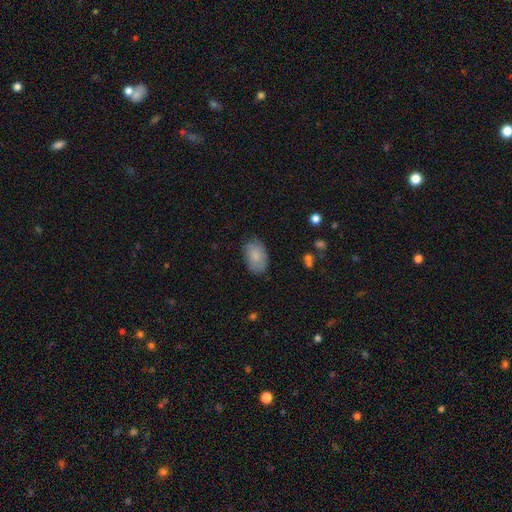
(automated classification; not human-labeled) smooth_or_featured: smooth (p=0.80) [alt: featured or disk p=0.13]
how_rounded: in between (p=0.91) [alt: round p=0.08]
merging: none (p=0.74) [alt: minor disturbance p=0.20]